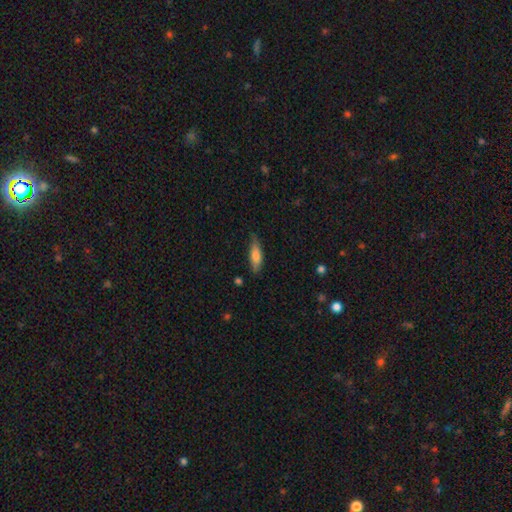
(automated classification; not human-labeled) smooth-or-featured: smooth: 71% | featured or disk: 23% | star or artifact: 6%
  how-rounded: cigar-shaped: 56% | in between: 42% | round: 2%
  merging: none: 76% | minor disturbance: 19% | major disturbance: 3% | merger: 2%